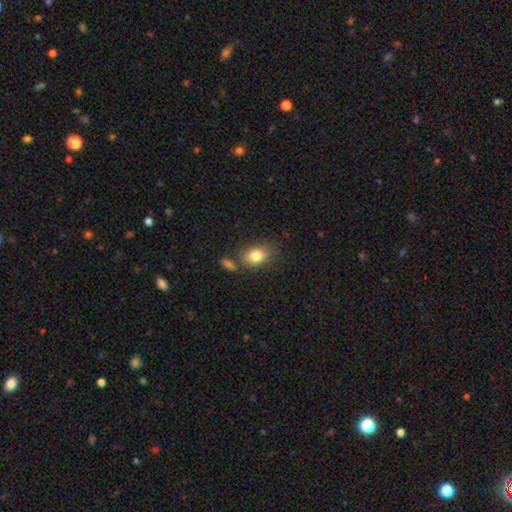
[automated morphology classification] smooth_or_featured: smooth (p=0.82) [alt: star or artifact p=0.09]
how_rounded: in between (p=0.69) [alt: round p=0.29]
merging: none (p=0.68) [alt: minor disturbance p=0.16]